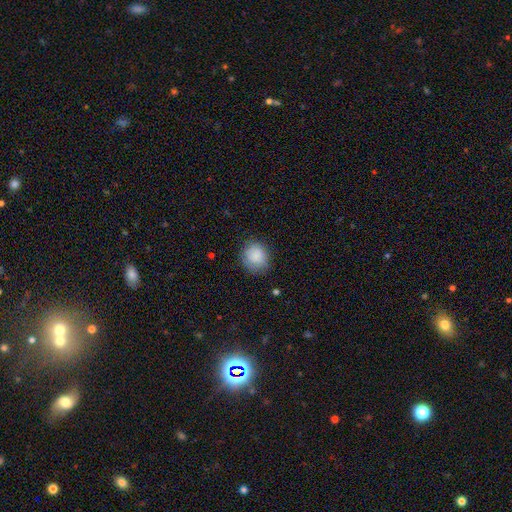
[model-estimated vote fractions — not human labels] Smooth or featured? Predicted: smooth (p=0.84). How rounded? Predicted: round (p=0.77). Merging? Predicted: none (p=0.76).